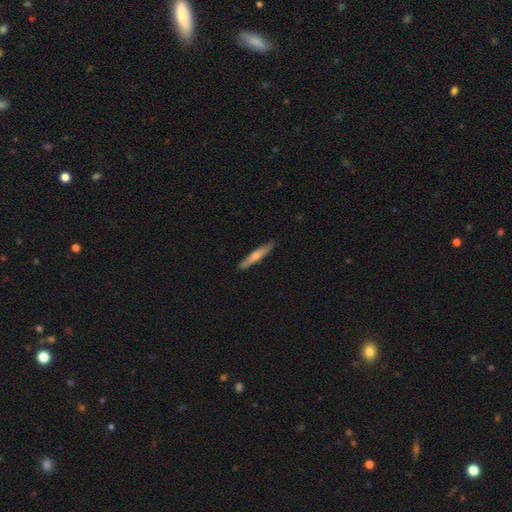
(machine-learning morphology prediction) Smooth or featured?
  - featured or disk: 54% *
  - smooth: 40%
  - star or artifact: 6%
Edge-on disk?
  - yes: 95% *
  - no: 5%
Edge-on bulge?
  - rounded: 80% *
  - none: 16%
  - boxy: 3%
Merging?
  - none: 91% *
  - minor disturbance: 7%
  - major disturbance: 1%
  - merger: 1%